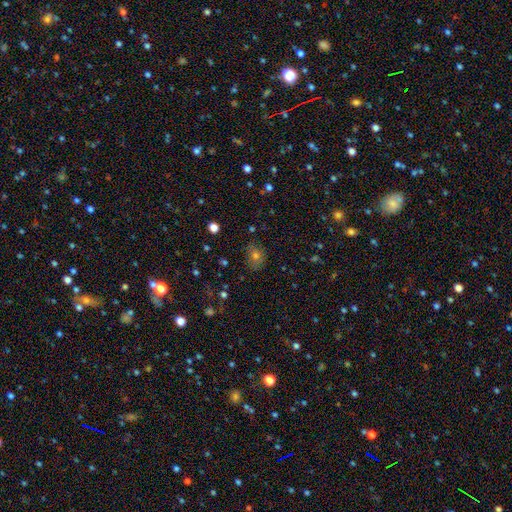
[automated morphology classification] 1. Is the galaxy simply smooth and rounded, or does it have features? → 62% smooth, 23% star or artifact, 14% featured or disk.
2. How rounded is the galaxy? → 53% round, 45% in between, 1% cigar-shaped.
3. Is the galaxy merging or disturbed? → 76% none, 17% minor disturbance, 5% major disturbance, 2% merger.